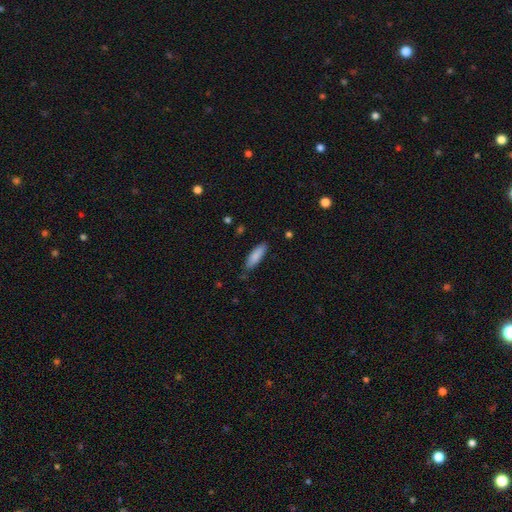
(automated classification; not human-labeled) A smooth galaxy with no disk features (86%) that is cigar-shaped (54%).

Vote fractions:
- Smooth or featured? smooth: 86% / featured or disk: 8% / star or artifact: 6%
- How rounded? cigar-shaped: 54% / in between: 45% / round: 1%
- Merging? none: 82% / minor disturbance: 14% / major disturbance: 2% / merger: 2%